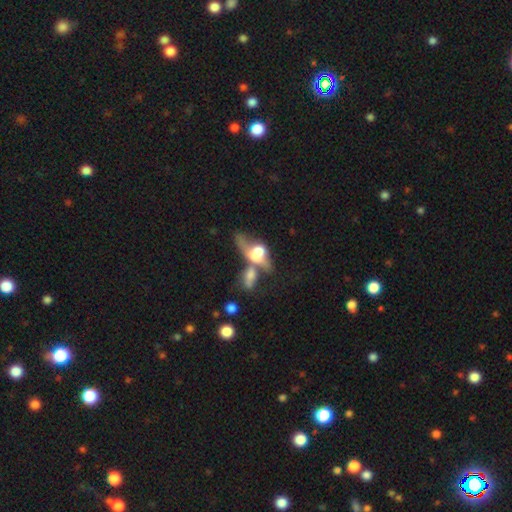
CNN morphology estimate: Smooth or featured? Predicted: featured or disk (p=0.47). Merging? Predicted: merger (p=0.66).